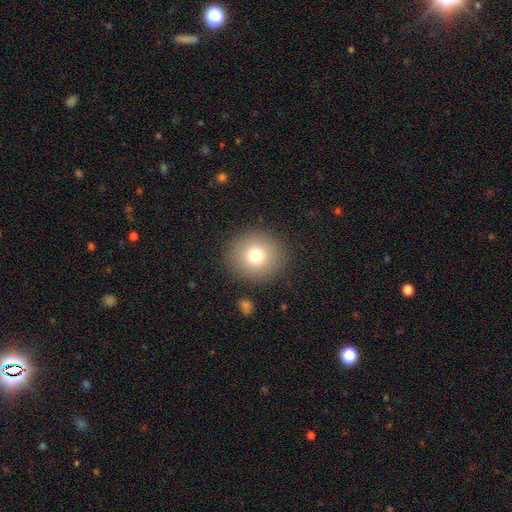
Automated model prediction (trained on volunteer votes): The model was most divided on "smooth or featured": smooth: 77%, featured or disk: 12%, star or artifact: 11%. More confident: how rounded — round (90%); merging — none (89%).